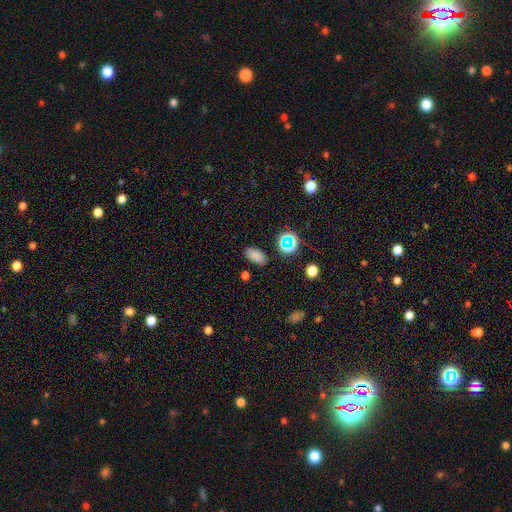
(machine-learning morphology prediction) Overall: smooth (77%). How rounded: in between (90%). Merging: none (83%).